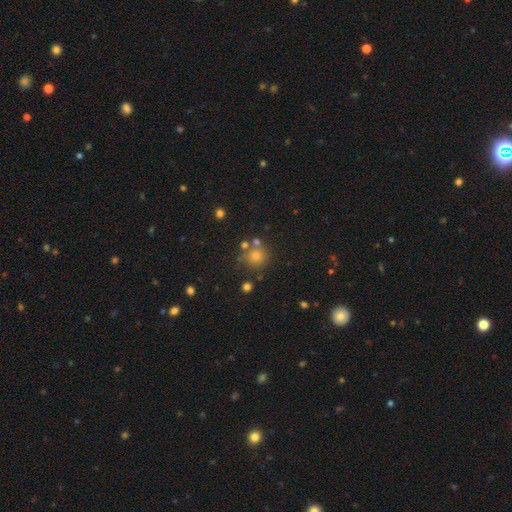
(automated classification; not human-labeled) Smooth or featured? smooth (76%)
How rounded? round (89%)
Merging? none (68%)